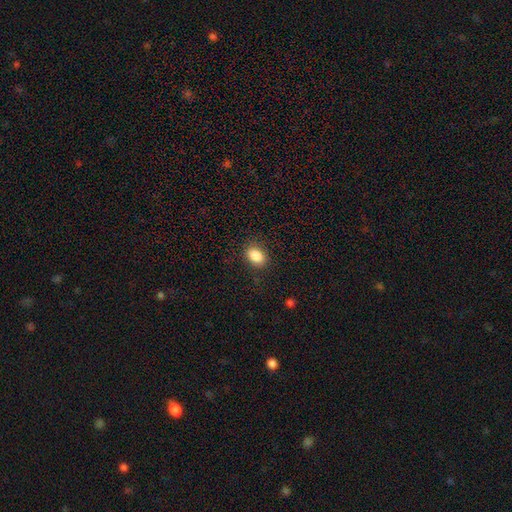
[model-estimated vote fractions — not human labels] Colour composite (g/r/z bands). It shows a smooth galaxy with no disk features (86%) that is in between round and cigar-shaped (79%). Merging: none (85%).